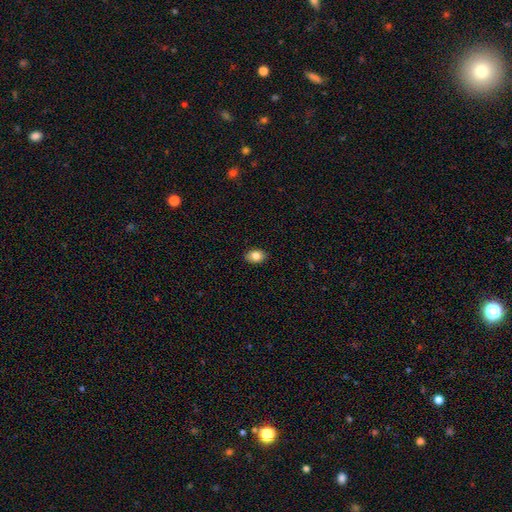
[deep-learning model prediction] smooth 84%, star or artifact 8%, featured or disk 8%. Down the decision tree: how rounded — in between (75%); merging — none (90%).